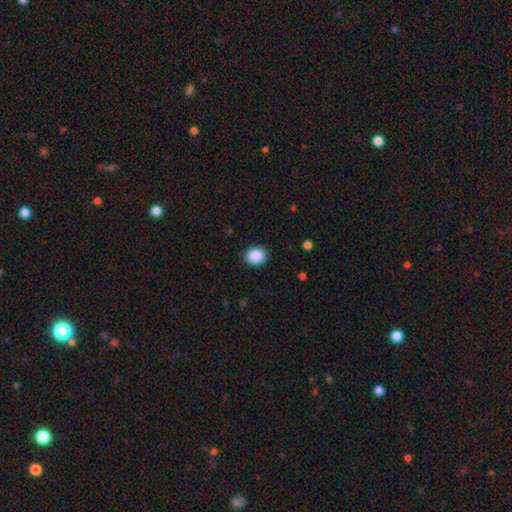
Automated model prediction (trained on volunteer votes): smooth 89%, star or artifact 8%, featured or disk 3%. Down the decision tree: how rounded — round (55%); merging — none (89%).